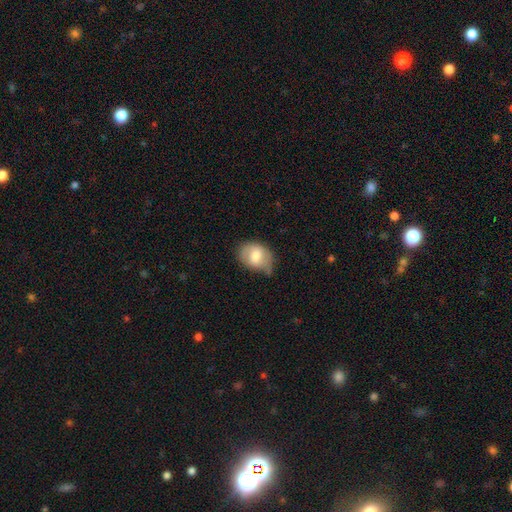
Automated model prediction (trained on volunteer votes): smooth_or_featured: smooth (p=0.73) [alt: featured or disk p=0.20]
how_rounded: in between (p=0.63) [alt: round p=0.36]
merging: none (p=0.48) [alt: minor disturbance p=0.38]